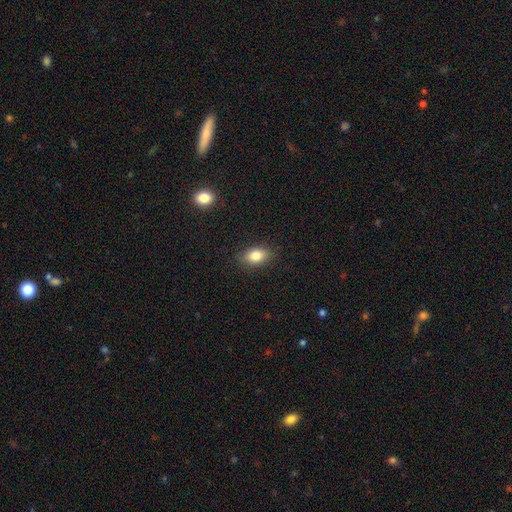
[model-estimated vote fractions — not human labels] Smooth or featured?
  - smooth: 82% *
  - featured or disk: 9%
  - star or artifact: 9%
How rounded?
  - in between: 86% *
  - round: 11%
  - cigar-shaped: 3%
Merging?
  - none: 86% *
  - minor disturbance: 10%
  - major disturbance: 3%
  - merger: 1%